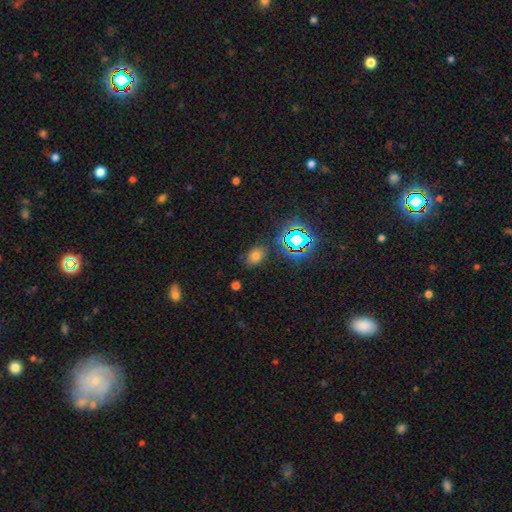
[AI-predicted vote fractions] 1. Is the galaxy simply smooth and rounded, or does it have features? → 64% smooth, 27% star or artifact, 9% featured or disk.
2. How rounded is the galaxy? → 74% in between, 25% round, 1% cigar-shaped.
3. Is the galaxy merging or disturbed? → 81% none, 12% minor disturbance, 4% major disturbance, 3% merger.